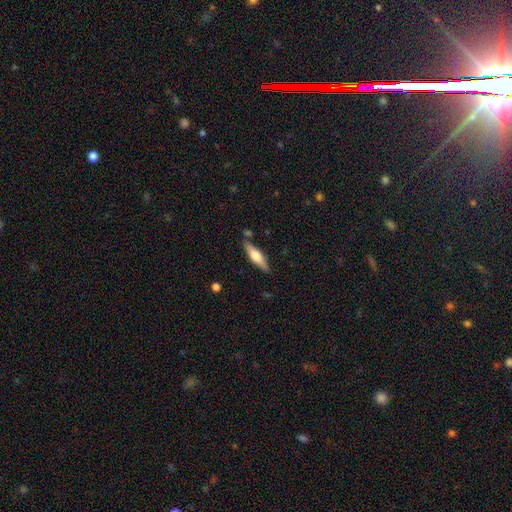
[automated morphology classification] A featured or disk galaxy (50%) viewed edge-on (94%).

Vote fractions:
- Smooth or featured? featured or disk: 50% / smooth: 44% / star or artifact: 6%
- Edge-on disk? yes: 94% / no: 6%
- Merging? none: 82% / minor disturbance: 11% / merger: 4% / major disturbance: 2%